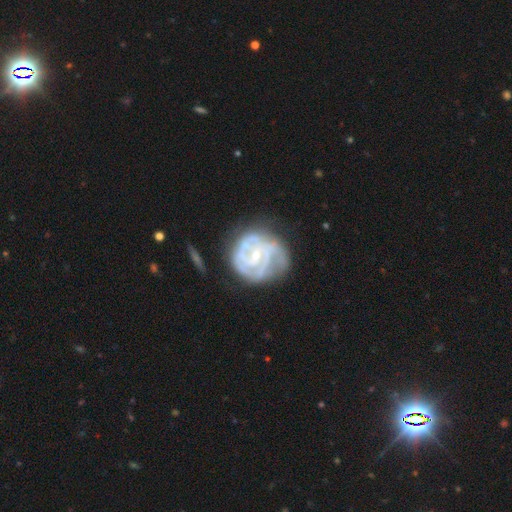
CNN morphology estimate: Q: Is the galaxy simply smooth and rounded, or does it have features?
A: featured or disk — 82%.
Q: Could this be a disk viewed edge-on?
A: no — 98%.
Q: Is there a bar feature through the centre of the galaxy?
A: no — 60%.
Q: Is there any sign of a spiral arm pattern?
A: yes — 87%.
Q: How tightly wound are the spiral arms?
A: tight — 62%.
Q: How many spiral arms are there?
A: can't tell — 34%.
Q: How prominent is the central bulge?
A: small — 72%.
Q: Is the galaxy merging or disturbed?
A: none — 52%.